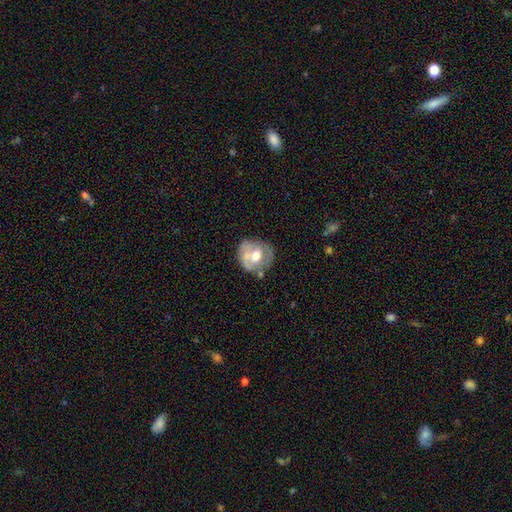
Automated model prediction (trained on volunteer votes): Q: Smooth or featured?
A: featured or disk (52%); runner-up: smooth (41%)
Q: Edge-on disk?
A: no (96%); runner-up: yes (4%)
Q: Merging?
A: none (53%); runner-up: minor disturbance (25%)